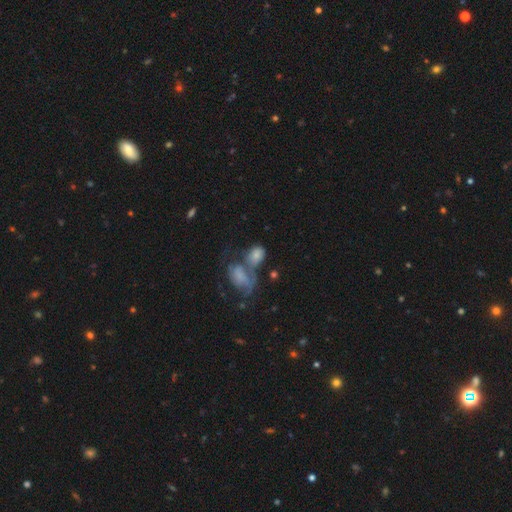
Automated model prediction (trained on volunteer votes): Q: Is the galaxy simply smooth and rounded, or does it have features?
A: smooth — 65%.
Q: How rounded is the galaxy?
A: in between — 74%.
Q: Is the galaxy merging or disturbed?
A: merger — 55%.